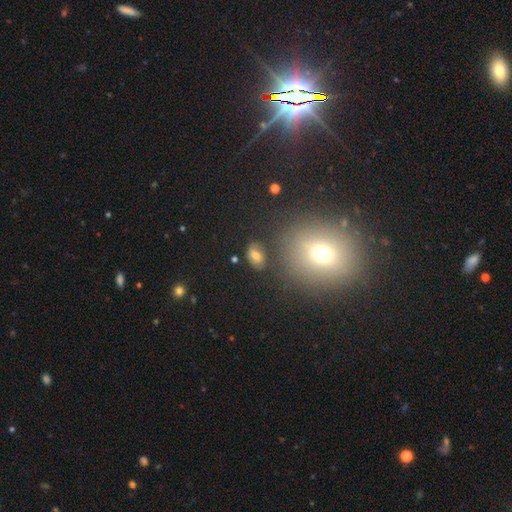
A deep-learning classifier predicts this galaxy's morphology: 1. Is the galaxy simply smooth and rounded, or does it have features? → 71% smooth, 15% featured or disk, 14% star or artifact.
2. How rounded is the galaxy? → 82% in between, 17% round, 2% cigar-shaped.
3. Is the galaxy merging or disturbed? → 75% none, 14% minor disturbance, 5% merger, 5% major disturbance.